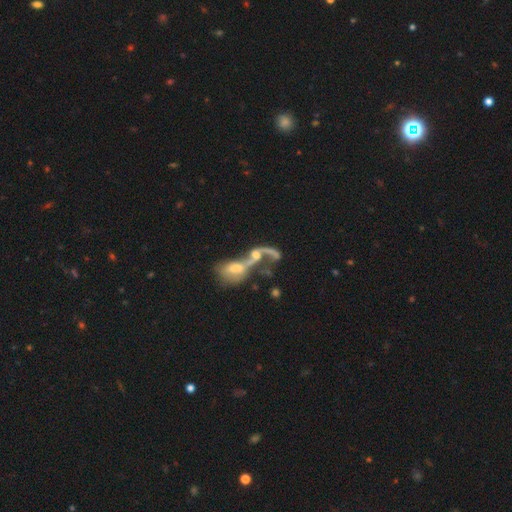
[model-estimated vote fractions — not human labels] Smooth or featured? featured or disk (61%)
Edge-on disk? no (91%)
Bar? no (66%)
Spiral arms? yes (52%)
Bulge size? moderate (40%)
Merging? merger (73%)